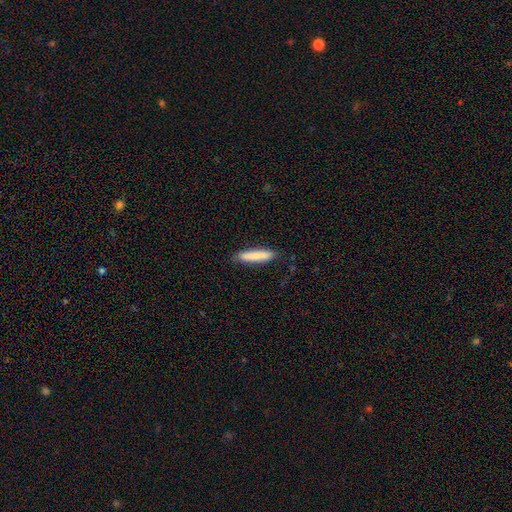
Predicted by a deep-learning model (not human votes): A smooth galaxy with no disk features (81%) that is cigar-shaped (88%). Merging: none (85%).